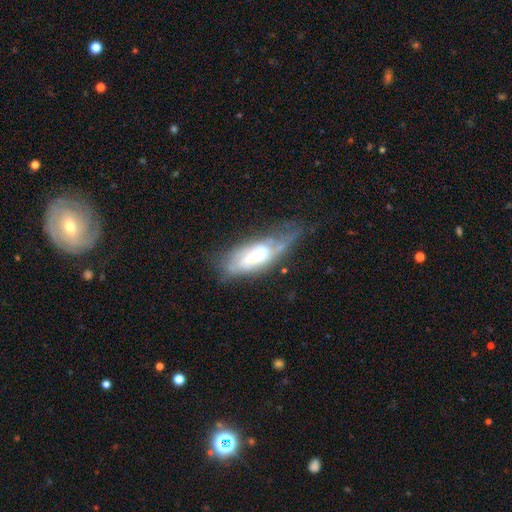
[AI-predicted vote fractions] This appears to be a featured or disk galaxy (68%) with no bar (50%), spiral arms (75%) and a moderate central bulge (45%). Merging: none (40%).